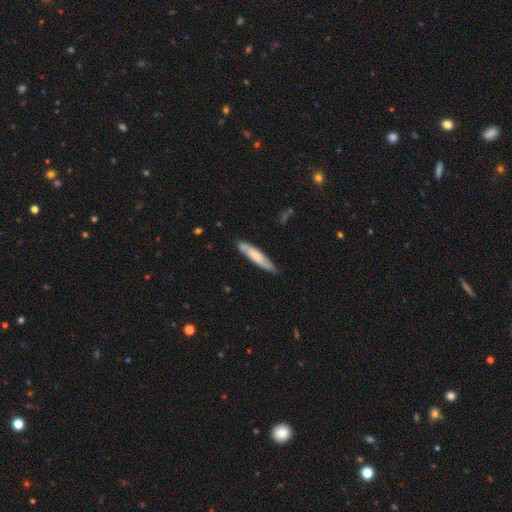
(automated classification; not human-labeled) smooth 54%, featured or disk 41%, star or artifact 5%. Down the decision tree: how rounded — cigar-shaped (81%); merging — none (82%).